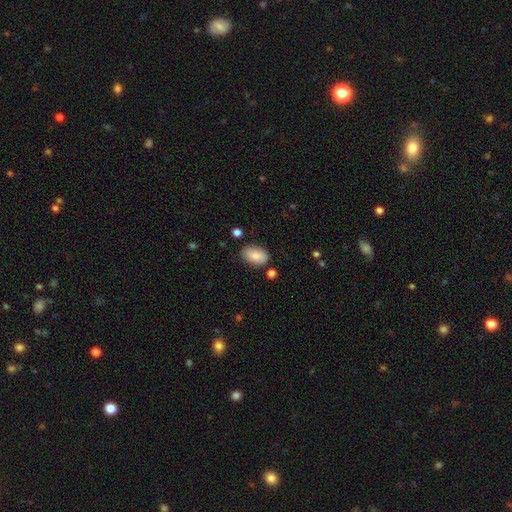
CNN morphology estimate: Smooth or featured? Predicted: smooth (p=0.84). How rounded? Predicted: in between (p=0.91). Merging? Predicted: none (p=0.80).